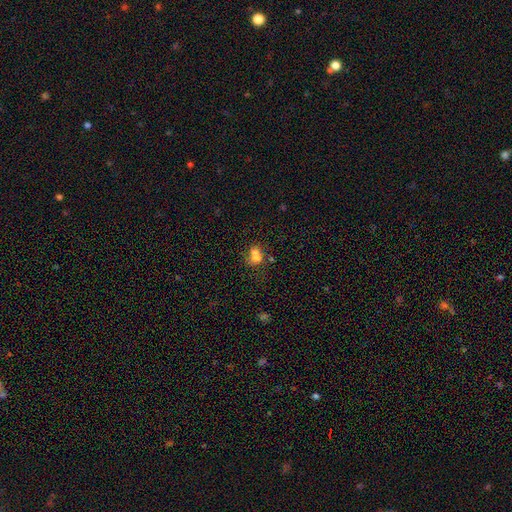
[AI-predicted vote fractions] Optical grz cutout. It shows a smooth galaxy with no disk features (68%) that is round (51%). Merging: merger (58%).